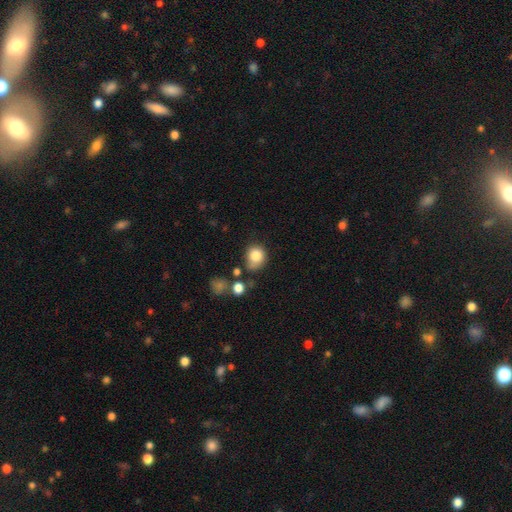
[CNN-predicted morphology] This is clearly a smooth galaxy (82%). How rounded: likely round (69%). Merging: possibly none (54%).